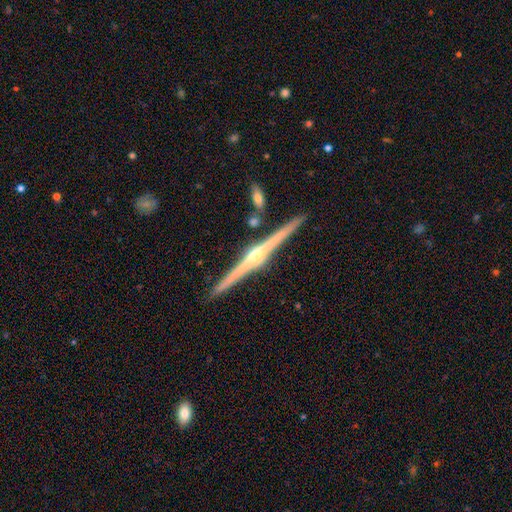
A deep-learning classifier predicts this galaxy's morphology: smooth_or_featured: featured or disk (p=0.88) [alt: smooth p=0.07]
disk_edge_on: yes (p=0.99) [alt: no p=0.01]
edge_on_bulge: rounded (p=0.91) [alt: none p=0.04]
merging: none (p=0.90) [alt: minor disturbance p=0.06]